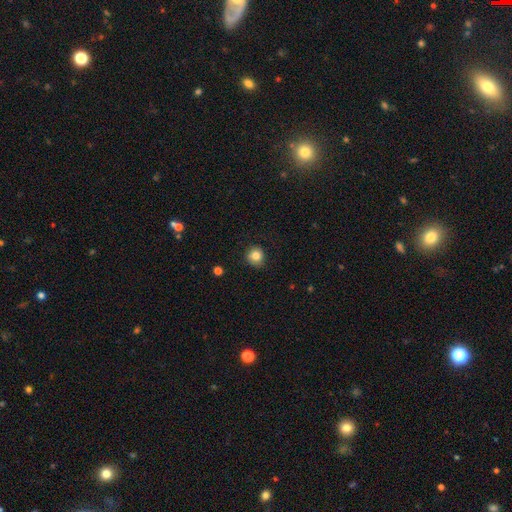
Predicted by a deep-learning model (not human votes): Smooth or featured? Predicted: smooth (p=0.83). How rounded? Predicted: round (p=0.90). Merging? Predicted: none (p=0.86).